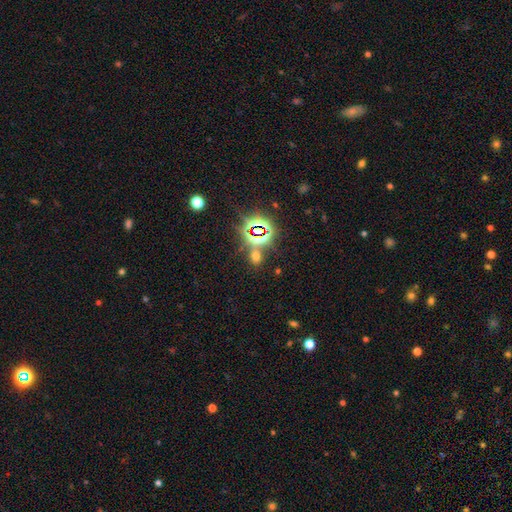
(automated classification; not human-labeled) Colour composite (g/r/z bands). It shows a star or artifact, not a galaxy (50%).